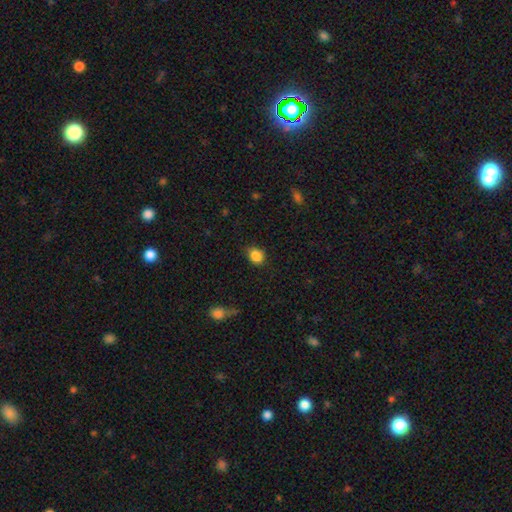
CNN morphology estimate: This appears to be a smooth galaxy with no disk features (86%) that is round (57%). Merging: none (69%).